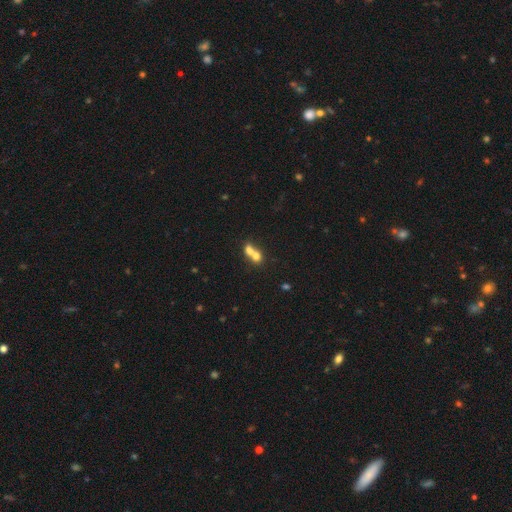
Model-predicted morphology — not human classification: smooth-or-featured: smooth: 66% | featured or disk: 21% | star or artifact: 13%
  how-rounded: round: 60% | in between: 37% | cigar-shaped: 3%
  merging: merger: 71% | none: 21% | minor disturbance: 5% | major disturbance: 4%